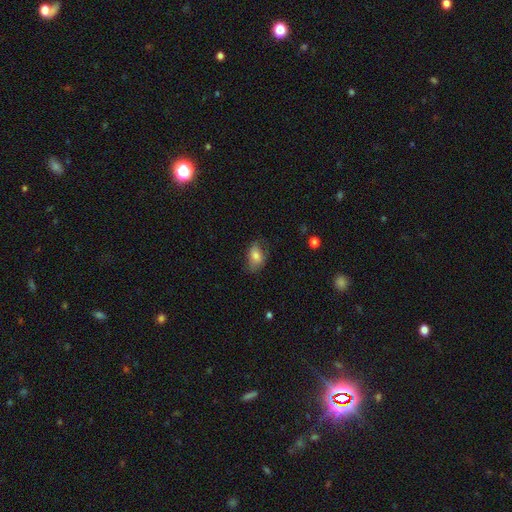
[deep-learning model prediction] Morphology: type=smooth (75%); roundness=in between (84%); merging=none (61%).